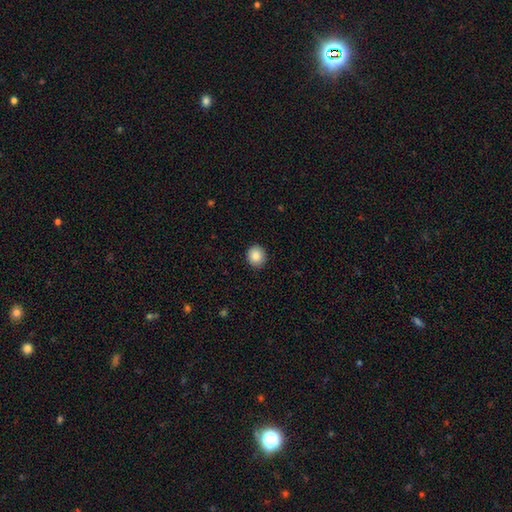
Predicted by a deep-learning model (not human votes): The model was most divided on "how rounded": round: 72%, in between: 27%, cigar-shaped: 1%. More confident: merging — none (90%); smooth or featured — smooth (87%).